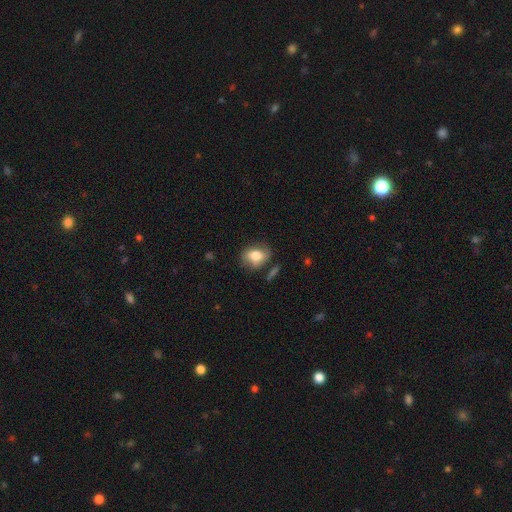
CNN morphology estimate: This is likely a smooth galaxy (68%). How rounded: likely in between (67%). Merging: likely none (64%).